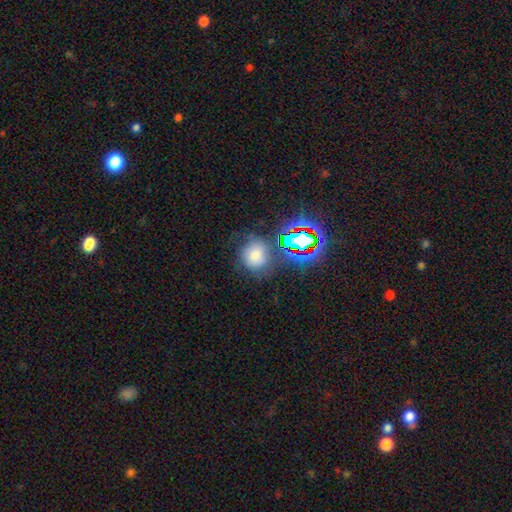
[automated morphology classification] smooth-or-featured: smooth: 64% | star or artifact: 24% | featured or disk: 12%
  how-rounded: round: 81% | in between: 18% | cigar-shaped: 1%
  merging: none: 69% | minor disturbance: 18% | major disturbance: 8% | merger: 5%